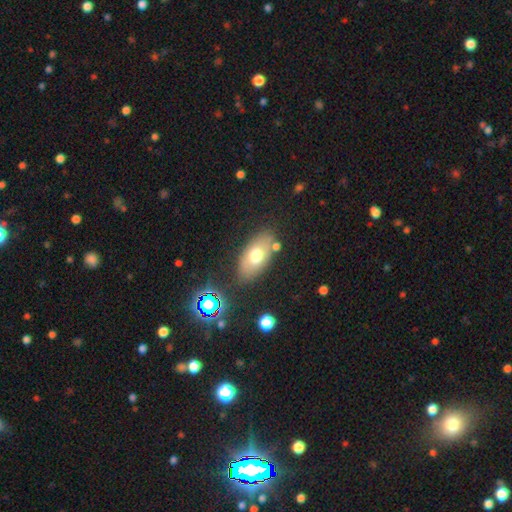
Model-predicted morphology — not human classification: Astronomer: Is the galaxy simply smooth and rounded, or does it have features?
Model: smooth — 67%.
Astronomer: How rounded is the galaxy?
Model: in between — 88%.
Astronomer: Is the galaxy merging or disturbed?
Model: none — 77%.